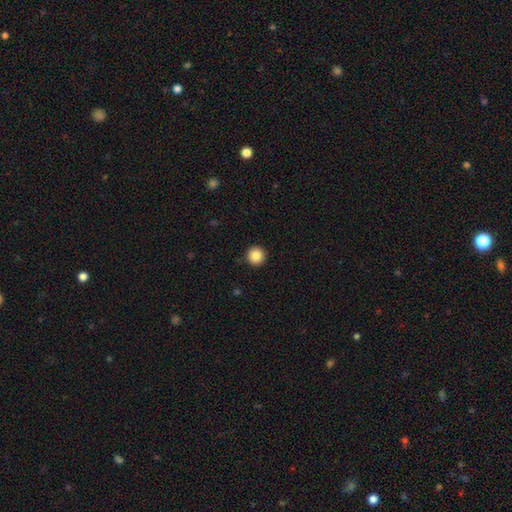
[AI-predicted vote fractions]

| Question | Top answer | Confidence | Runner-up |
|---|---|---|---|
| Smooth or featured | smooth | 86% | star or artifact (10%) |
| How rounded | round | 96% | in between (3%) |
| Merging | none | 93% | minor disturbance (5%) |